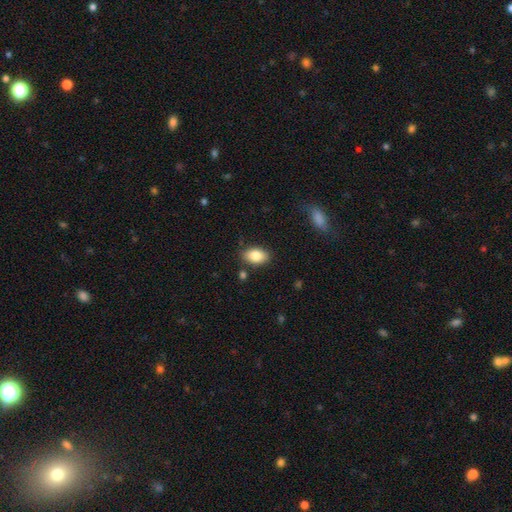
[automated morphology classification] Smooth or featured?
  - smooth: 83% *
  - featured or disk: 9%
  - star or artifact: 7%
How rounded?
  - in between: 90% *
  - round: 8%
  - cigar-shaped: 2%
Merging?
  - none: 83% *
  - minor disturbance: 11%
  - merger: 3%
  - major disturbance: 3%